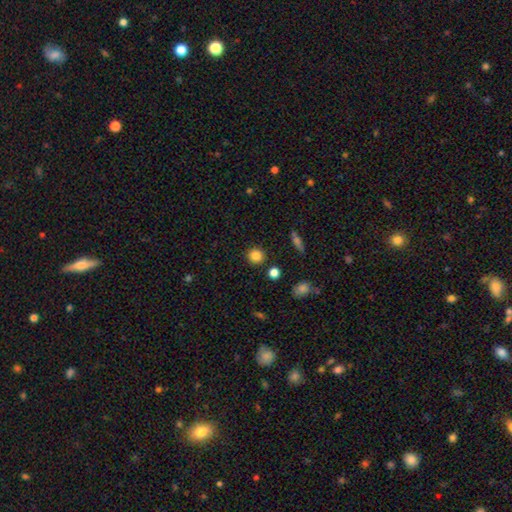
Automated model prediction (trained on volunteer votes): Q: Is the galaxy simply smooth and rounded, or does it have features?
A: smooth — 84%.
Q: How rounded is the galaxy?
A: round — 92%.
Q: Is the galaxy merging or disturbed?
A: none — 89%.